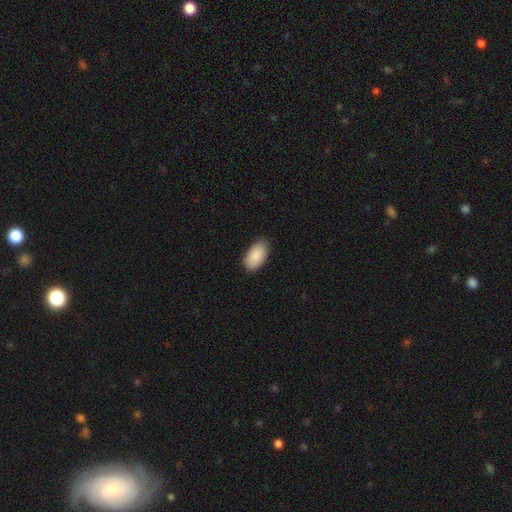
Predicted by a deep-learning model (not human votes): smooth-or-featured: smooth: 89% | star or artifact: 6% | featured or disk: 5%
  how-rounded: in between: 96% | round: 3% | cigar-shaped: 2%
  merging: none: 84% | minor disturbance: 13% | major disturbance: 2% | merger: 1%